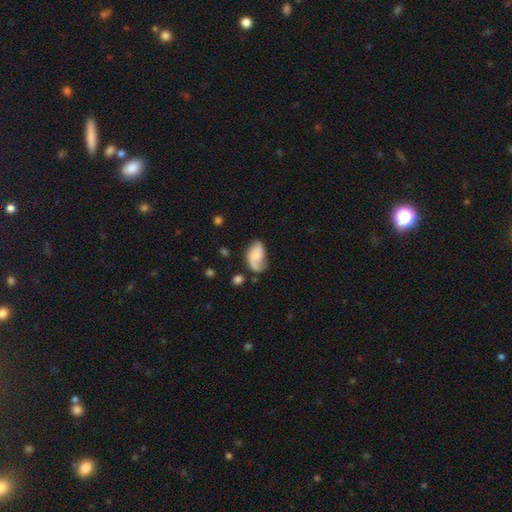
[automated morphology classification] This appears to be a featured or disk galaxy (56%) with no bar (67%), spiral arms (89%) and no central bulge (42%). Merging: none (45%).